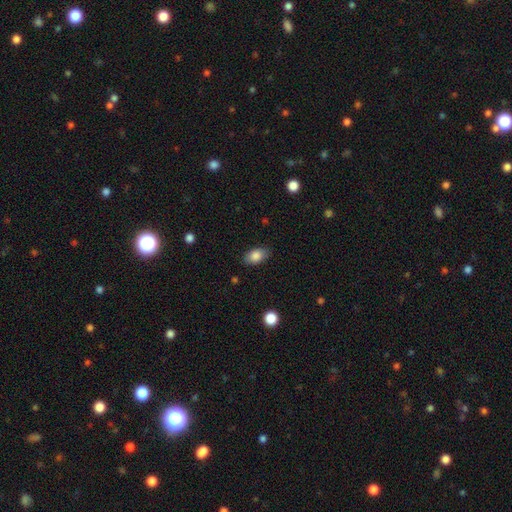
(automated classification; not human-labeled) smooth_or_featured: smooth (p=0.85) [alt: star or artifact p=0.08]
how_rounded: in between (p=0.90) [alt: round p=0.08]
merging: none (p=0.85) [alt: minor disturbance p=0.11]